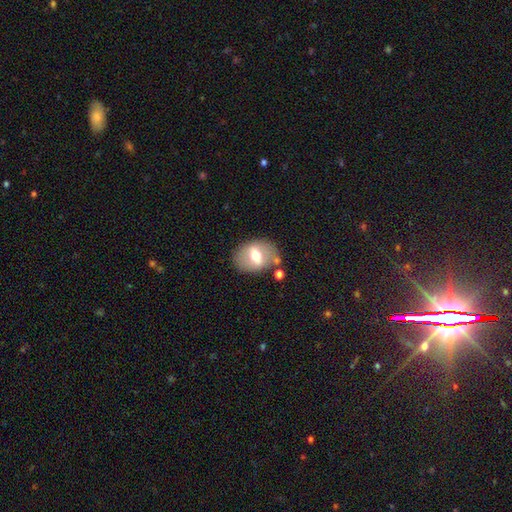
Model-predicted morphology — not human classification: Smooth or featured?
  - smooth: 53% *
  - featured or disk: 40%
  - star or artifact: 8%
How rounded?
  - in between: 67% *
  - round: 31%
  - cigar-shaped: 2%
Merging?
  - none: 72% *
  - minor disturbance: 15%
  - merger: 8%
  - major disturbance: 6%